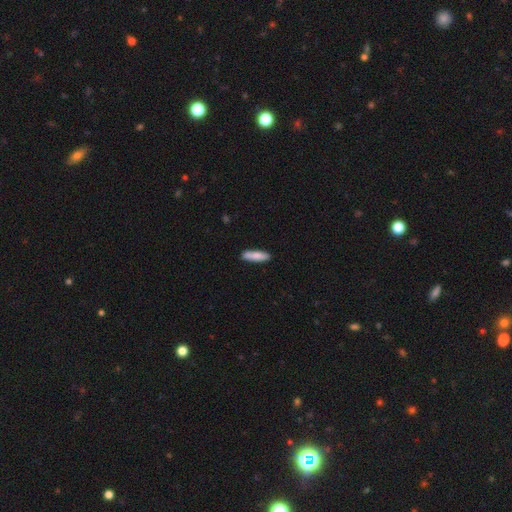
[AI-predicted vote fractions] smooth-or-featured: smooth: 85% | featured or disk: 10% | star or artifact: 6%
  how-rounded: cigar-shaped: 68% | in between: 31% | round: 2%
  merging: none: 88% | minor disturbance: 9% | major disturbance: 2% | merger: 1%